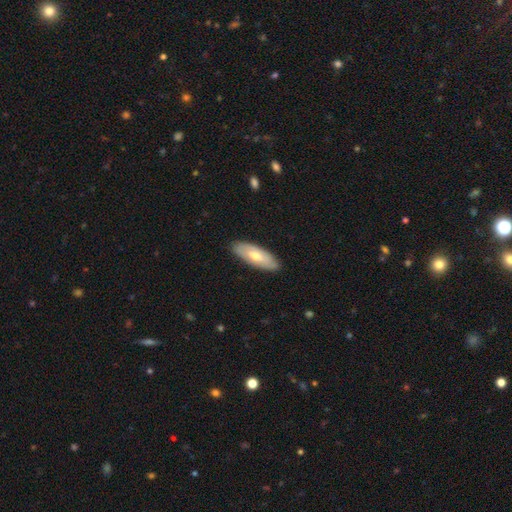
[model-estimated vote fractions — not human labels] Morphology: type=smooth (52%); roundness=in between (74%); merging=none (86%).